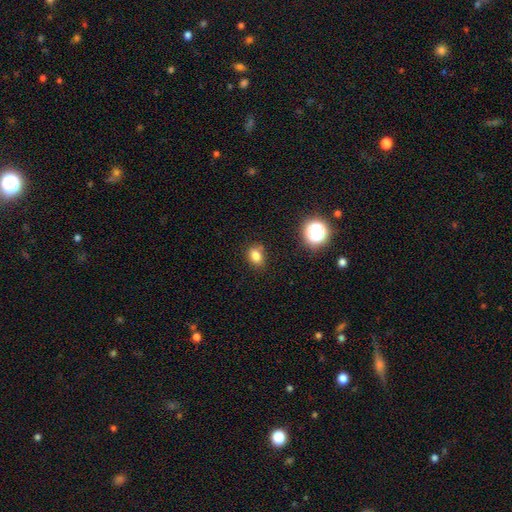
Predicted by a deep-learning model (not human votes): smooth 78%, star or artifact 14%, featured or disk 7%. Down the decision tree: how rounded — in between (62%); merging — none (77%).